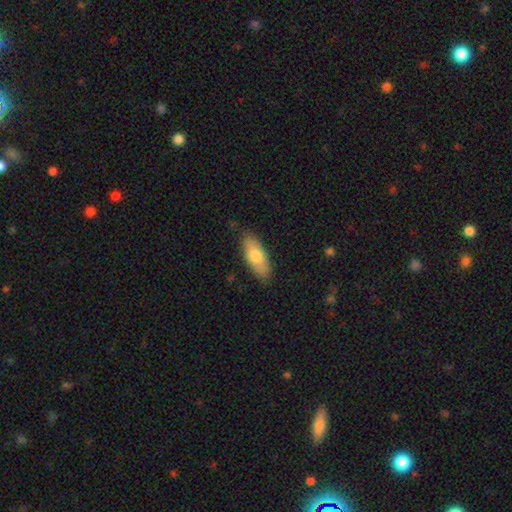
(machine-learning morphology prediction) Smooth or featured? Predicted: smooth (p=0.73). How rounded? Predicted: in between (p=0.79). Merging? Predicted: none (p=0.83).